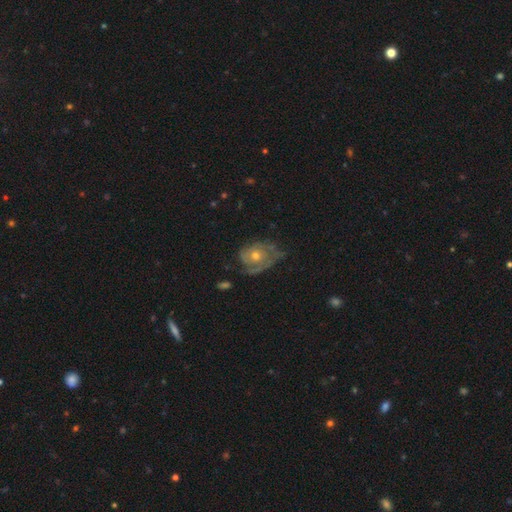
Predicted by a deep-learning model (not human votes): A featured or disk galaxy (76%) with no bar (82%), 2 (36%) tight (58%) spiral arms (84%) and a moderate central bulge (59%).

Vote fractions:
- Smooth or featured? featured or disk: 76% / smooth: 17% / star or artifact: 7%
- Edge-on disk? no: 97% / yes: 3%
- Bar? no: 82% / weak: 15% / strong: 3%
- Spiral arms? yes: 84% / no: 16%
- Spiral winding? tight: 58% / medium: 31% / loose: 11%
- Spiral arm count? 2: 36% / can't tell: 32% / 3: 14% / 1: 12% / 4: 4% / more than 4: 3%
- Bulge size? moderate: 59% / small: 36% / large: 3% / none: 1% / dominant: 1%
- Merging? none: 53% / minor disturbance: 27% / major disturbance: 17% / merger: 2%